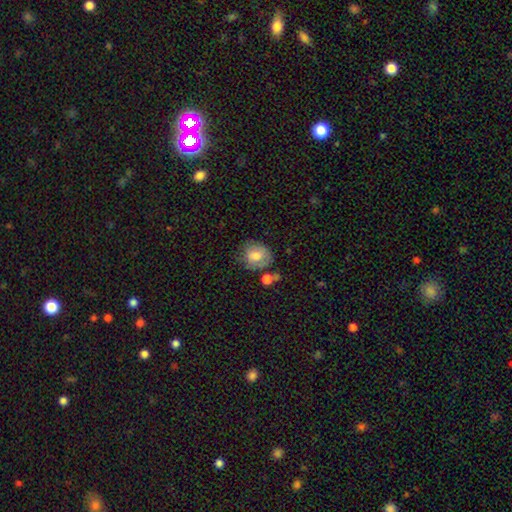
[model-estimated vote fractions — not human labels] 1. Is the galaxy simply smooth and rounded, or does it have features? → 70% smooth, 22% featured or disk, 8% star or artifact.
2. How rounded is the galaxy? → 67% round, 32% in between, 1% cigar-shaped.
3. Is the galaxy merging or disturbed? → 57% none, 25% minor disturbance, 10% merger, 9% major disturbance.